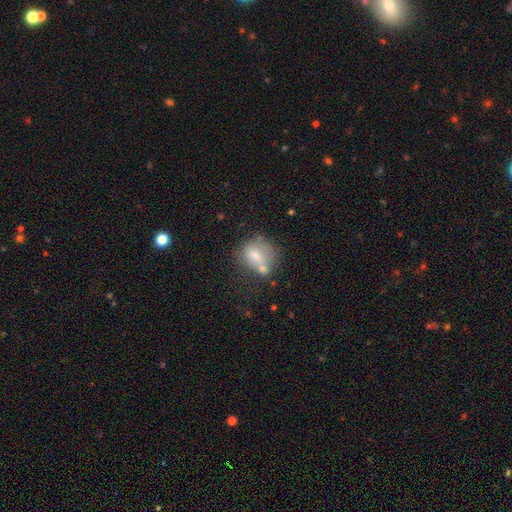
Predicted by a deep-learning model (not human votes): Morphology: type=smooth (62%); roundness=in between (51%); merging=merger (36%).